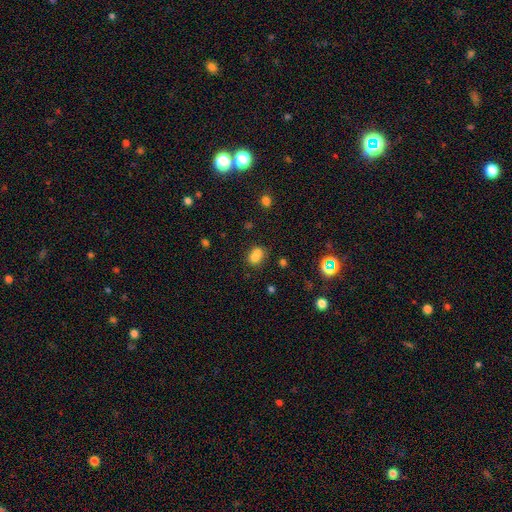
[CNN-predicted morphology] smooth 69%, featured or disk 16%, star or artifact 15%. Down the decision tree: how rounded — round (69%); merging — merger (59%).